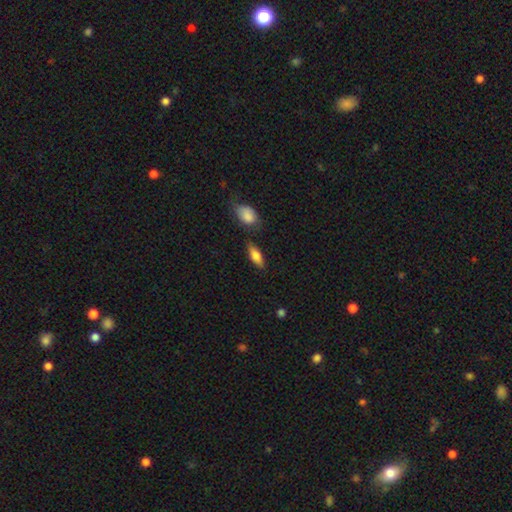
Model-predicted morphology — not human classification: A smooth galaxy with no disk features (72%) that is in between round and cigar-shaped (73%).

Vote fractions:
- Smooth or featured? smooth: 72% / featured or disk: 21% / star or artifact: 7%
- How rounded? in between: 73% / cigar-shaped: 24% / round: 3%
- Merging? none: 75% / minor disturbance: 14% / merger: 6% / major disturbance: 4%